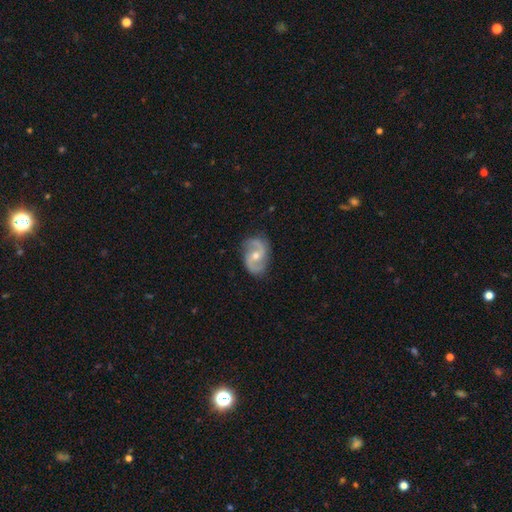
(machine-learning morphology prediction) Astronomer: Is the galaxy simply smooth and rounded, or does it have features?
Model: featured or disk — 86%.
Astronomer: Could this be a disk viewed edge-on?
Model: no — 97%.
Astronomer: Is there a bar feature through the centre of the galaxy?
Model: no — 49% (runner-up: weak, 40%).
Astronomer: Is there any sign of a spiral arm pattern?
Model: yes — 96%.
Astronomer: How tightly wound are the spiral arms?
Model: medium — 49% (runner-up: loose, 33%).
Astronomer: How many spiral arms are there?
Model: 2 — 92%.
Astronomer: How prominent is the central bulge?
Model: moderate — 62%.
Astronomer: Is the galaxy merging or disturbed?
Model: none — 83%.